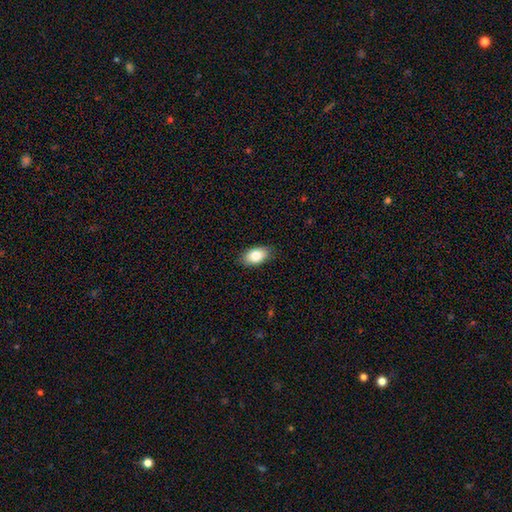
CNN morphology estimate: smooth_or_featured: smooth (p=0.82) [alt: featured or disk p=0.11]
how_rounded: in between (p=0.92) [alt: round p=0.06]
merging: none (p=0.87) [alt: minor disturbance p=0.10]